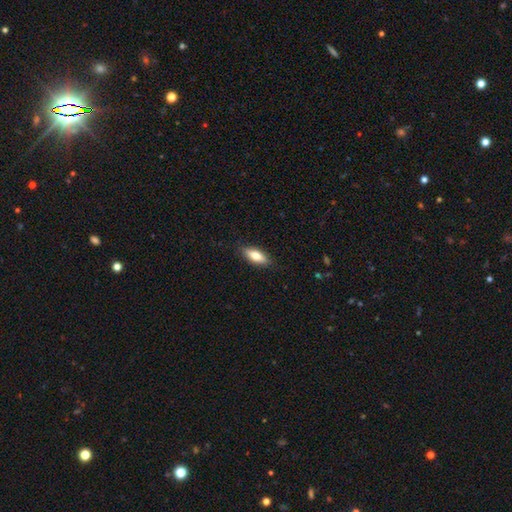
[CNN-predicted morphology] type=smooth (75%); roundness=in between (70%); merging=none (87%).